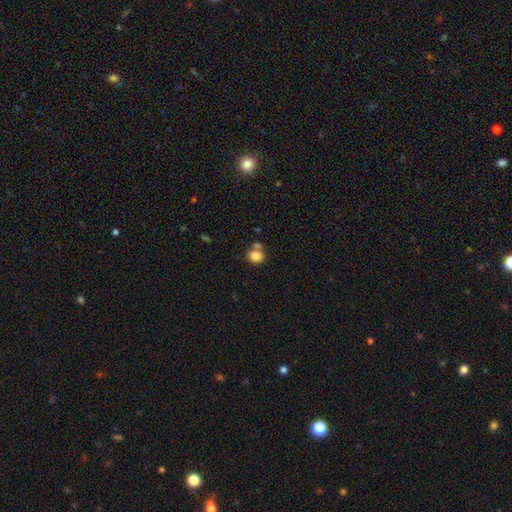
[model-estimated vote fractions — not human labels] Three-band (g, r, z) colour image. It shows a smooth galaxy with no disk features (83%) that is round (72%). Merging: none (59%).